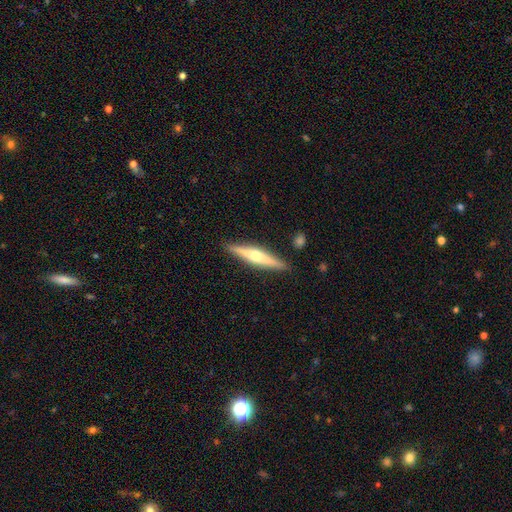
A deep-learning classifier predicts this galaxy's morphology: Smooth or featured? featured or disk (65%)
Edge-on disk? yes (97%)
Edge-on bulge? rounded (90%)
Merging? none (90%)